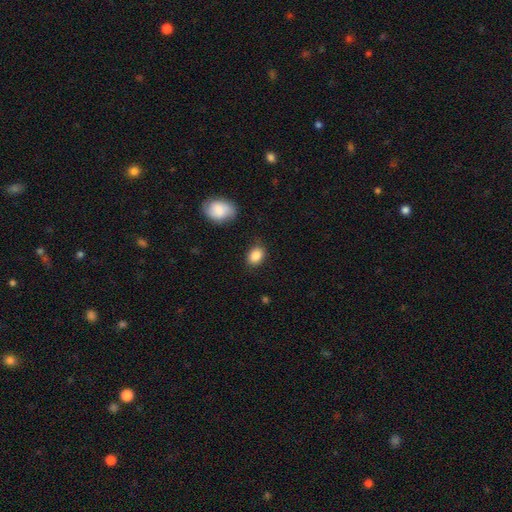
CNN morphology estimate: type=smooth (87%); roundness=in between (74%); merging=none (82%).